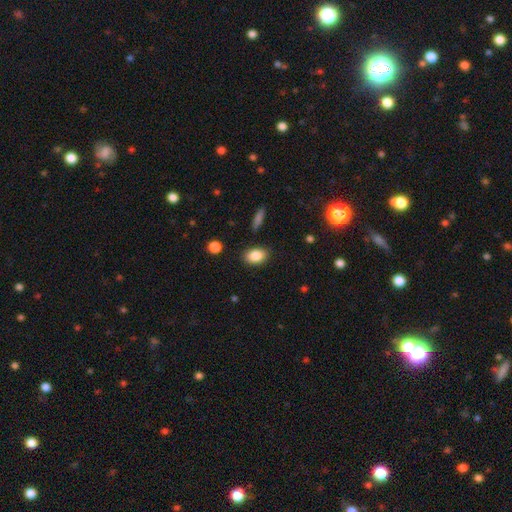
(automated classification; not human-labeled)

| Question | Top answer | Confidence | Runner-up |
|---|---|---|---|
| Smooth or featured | smooth | 85% | star or artifact (8%) |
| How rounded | in between | 84% | round (14%) |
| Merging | none | 87% | minor disturbance (9%) |